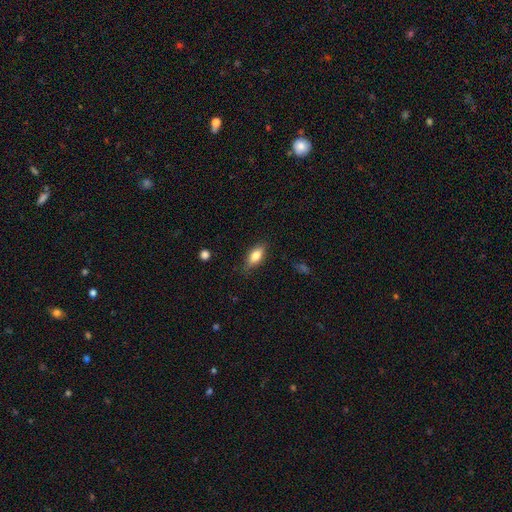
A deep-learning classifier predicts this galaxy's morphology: This appears to be a smooth galaxy with no disk features (75%) that is in between round and cigar-shaped (79%). Merging: none (79%).